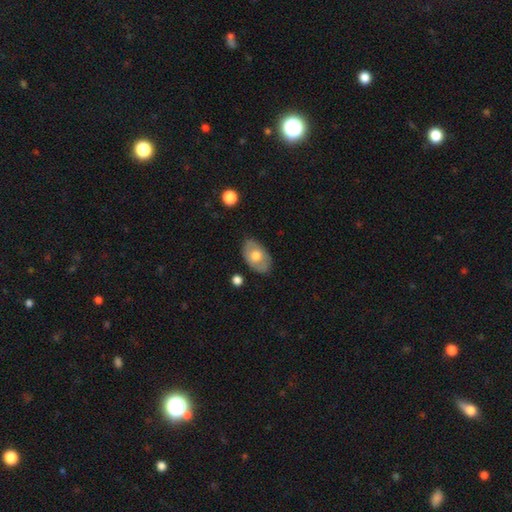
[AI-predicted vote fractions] This is possibly a smooth galaxy (58%). How rounded: clearly in between (89%). Merging: likely none (79%).